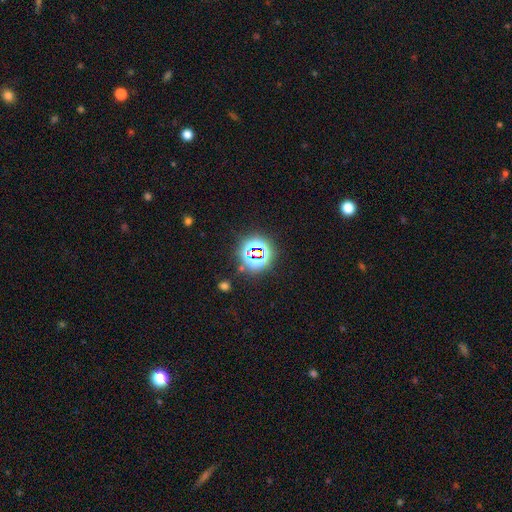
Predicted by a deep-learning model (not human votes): This appears to be a star or artifact, not a galaxy (71%).